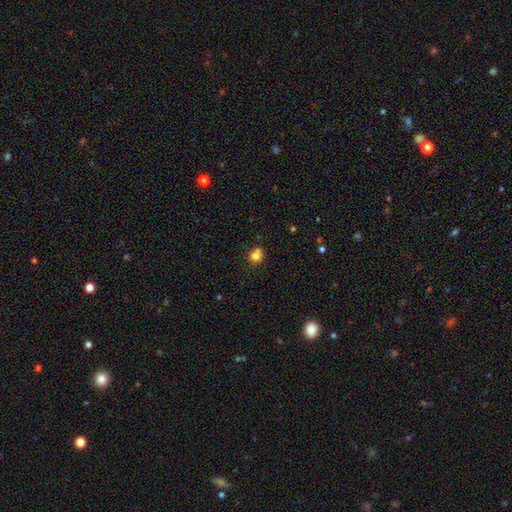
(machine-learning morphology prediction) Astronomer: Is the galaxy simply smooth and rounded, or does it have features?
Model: smooth — 79%.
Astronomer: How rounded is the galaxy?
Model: round — 78%.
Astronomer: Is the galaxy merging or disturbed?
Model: none — 58%.